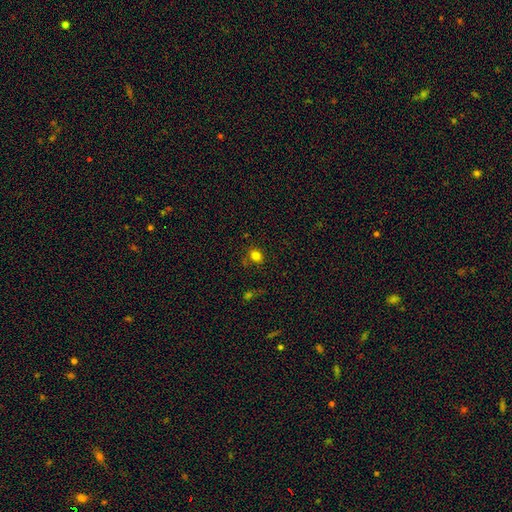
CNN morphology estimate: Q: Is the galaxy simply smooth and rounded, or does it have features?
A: smooth — 80%.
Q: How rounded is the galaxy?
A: round — 66%.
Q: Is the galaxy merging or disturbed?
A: none — 79%.